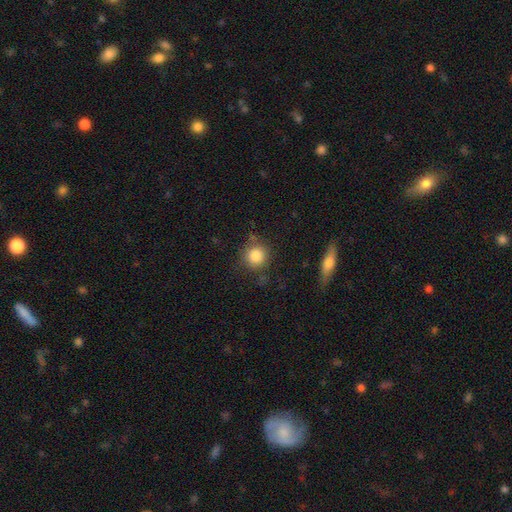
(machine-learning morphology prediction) type=smooth (85%); roundness=round (90%); merging=none (76%).